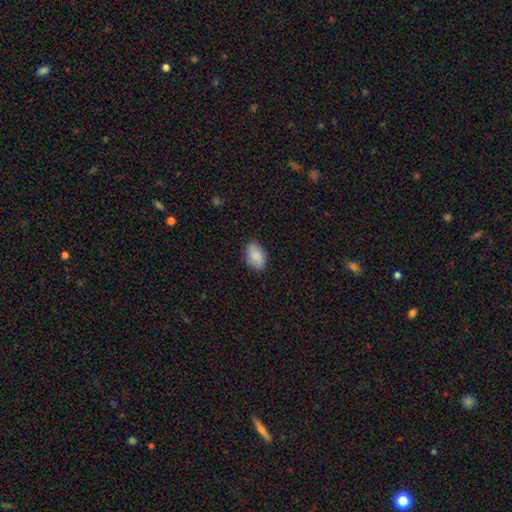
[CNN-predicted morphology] smooth-or-featured: smooth: 89% | star or artifact: 6% | featured or disk: 5%
  how-rounded: in between: 91% | round: 8% | cigar-shaped: 1%
  merging: none: 86% | minor disturbance: 11% | major disturbance: 2% | merger: 1%